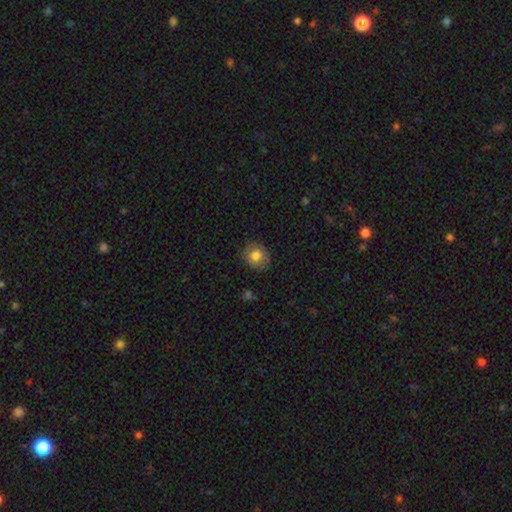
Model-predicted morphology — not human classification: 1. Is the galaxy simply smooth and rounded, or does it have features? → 78% smooth, 13% featured or disk, 9% star or artifact.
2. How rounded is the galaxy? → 77% round, 22% in between, 1% cigar-shaped.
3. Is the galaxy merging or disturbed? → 83% none, 13% minor disturbance, 3% major disturbance, 1% merger.